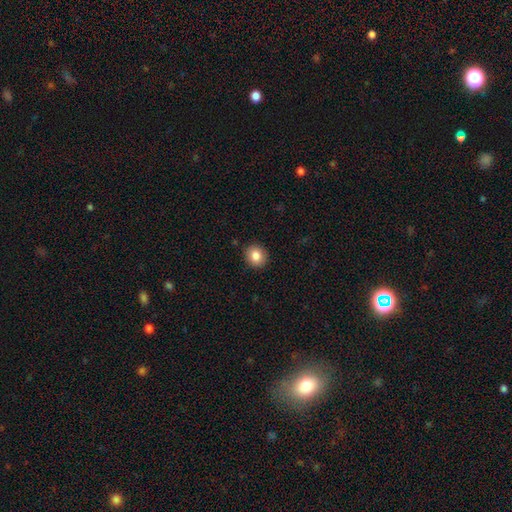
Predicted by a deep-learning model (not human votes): Smooth or featured?
  - smooth: 85% *
  - star or artifact: 9%
  - featured or disk: 6%
How rounded?
  - round: 79% *
  - in between: 20%
  - cigar-shaped: 1%
Merging?
  - none: 90% *
  - minor disturbance: 7%
  - major disturbance: 2%
  - merger: 1%